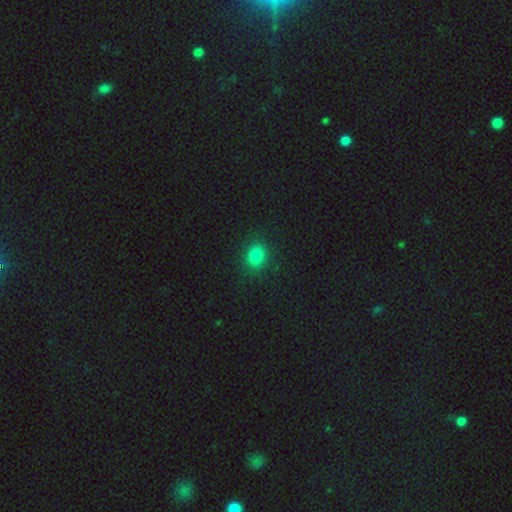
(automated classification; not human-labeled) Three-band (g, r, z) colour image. It shows a smooth galaxy with no disk features (80%) that is round (55%). Merging: none (87%).